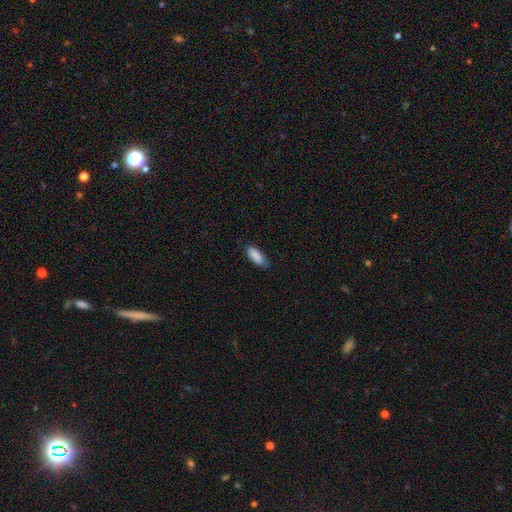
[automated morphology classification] smooth_or_featured: smooth (p=0.89) [alt: star or artifact p=0.06]
how_rounded: in between (p=0.79) [alt: cigar-shaped p=0.19]
merging: none (p=0.73) [alt: minor disturbance p=0.22]